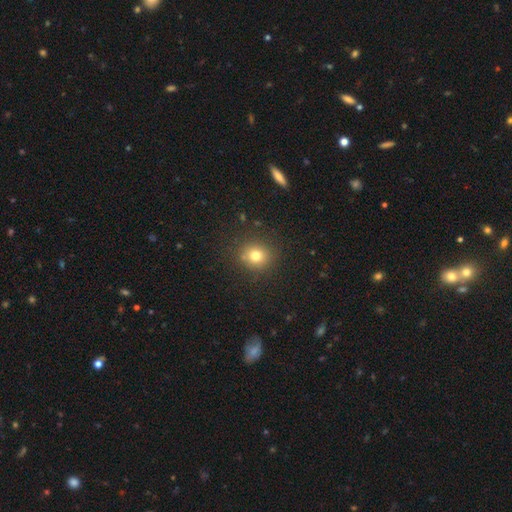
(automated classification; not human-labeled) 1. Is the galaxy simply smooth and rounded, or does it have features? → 76% smooth, 15% star or artifact, 8% featured or disk.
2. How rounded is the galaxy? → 83% round, 16% in between, 1% cigar-shaped.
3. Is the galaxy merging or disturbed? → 86% none, 9% minor disturbance, 3% major disturbance, 2% merger.